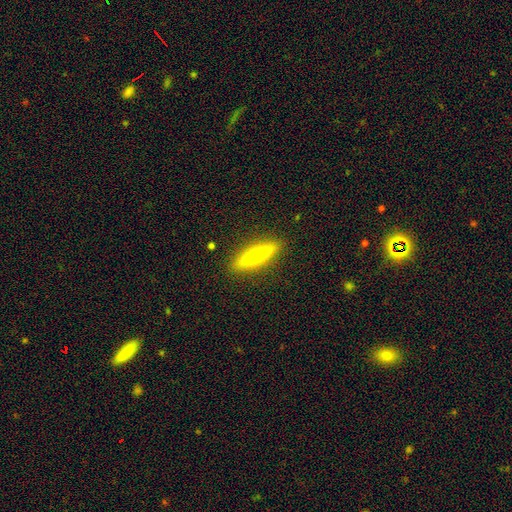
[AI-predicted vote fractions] Smooth or featured?
  - smooth: 49% *
  - featured or disk: 45%
  - star or artifact: 6%
Merging?
  - none: 90% *
  - minor disturbance: 7%
  - major disturbance: 2%
  - merger: 1%